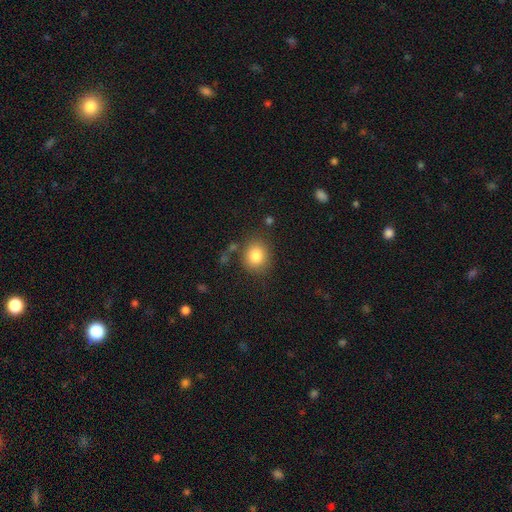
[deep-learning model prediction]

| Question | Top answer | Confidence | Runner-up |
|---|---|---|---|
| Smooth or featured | smooth | 82% | star or artifact (10%) |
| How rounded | round | 75% | in between (25%) |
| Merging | none | 78% | minor disturbance (13%) |